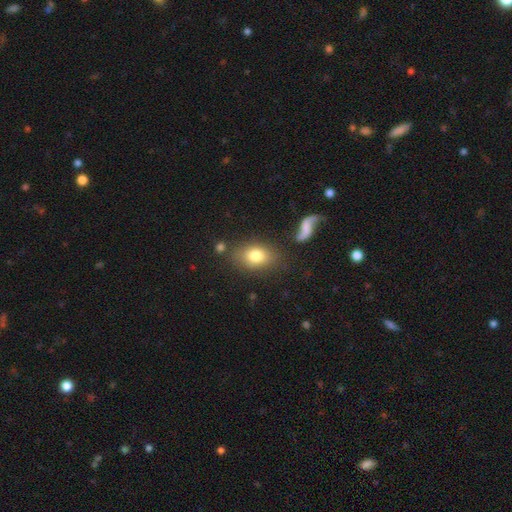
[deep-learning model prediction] Smooth or featured?
  - smooth: 77% *
  - featured or disk: 14%
  - star or artifact: 9%
How rounded?
  - in between: 75% *
  - round: 22%
  - cigar-shaped: 2%
Merging?
  - none: 74% *
  - minor disturbance: 15%
  - merger: 6%
  - major disturbance: 5%